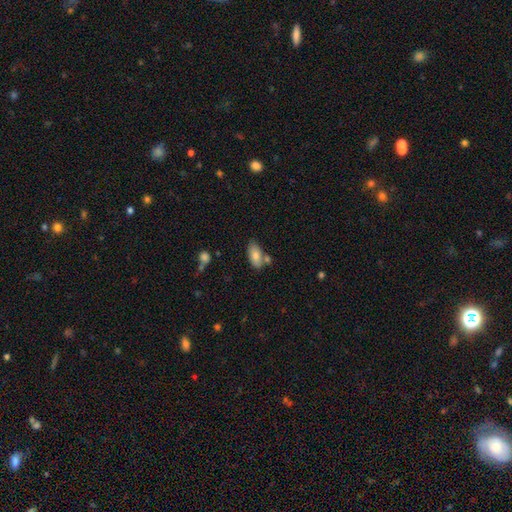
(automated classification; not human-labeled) A smooth galaxy with no disk features (79%) that is in between round and cigar-shaped (92%).

Vote fractions:
- Smooth or featured? smooth: 79% / featured or disk: 14% / star or artifact: 7%
- How rounded? in between: 92% / cigar-shaped: 5% / round: 3%
- Merging? none: 62% / merger: 17% / minor disturbance: 17% / major disturbance: 4%